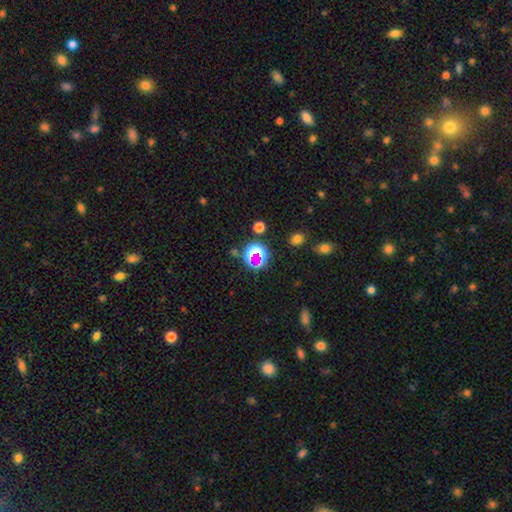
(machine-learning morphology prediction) The model was most divided on "smooth or featured": star or artifact: 54%, smooth: 35%, featured or disk: 11%.